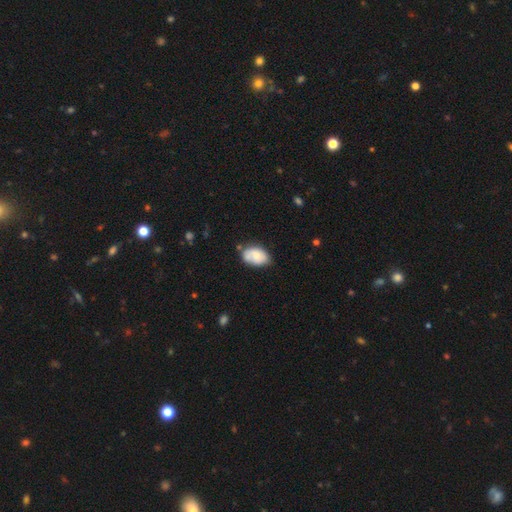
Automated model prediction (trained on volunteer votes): Morphology: type=smooth (70%); roundness=in between (90%); merging=none (60%).